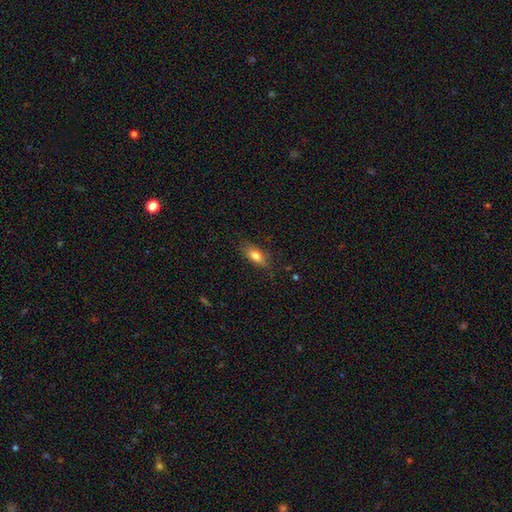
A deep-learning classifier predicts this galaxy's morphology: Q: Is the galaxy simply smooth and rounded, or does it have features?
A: smooth — 77%.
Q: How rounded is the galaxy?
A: in between — 76%.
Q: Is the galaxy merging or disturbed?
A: none — 78%.